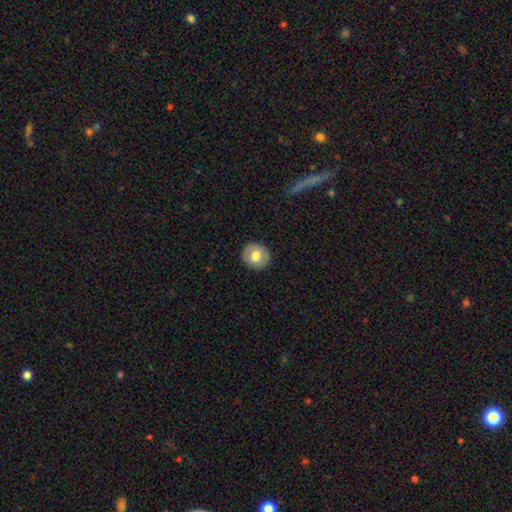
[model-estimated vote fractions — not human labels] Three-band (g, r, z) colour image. It shows a smooth galaxy with no disk features (73%) that is round (84%). Merging: none (90%).